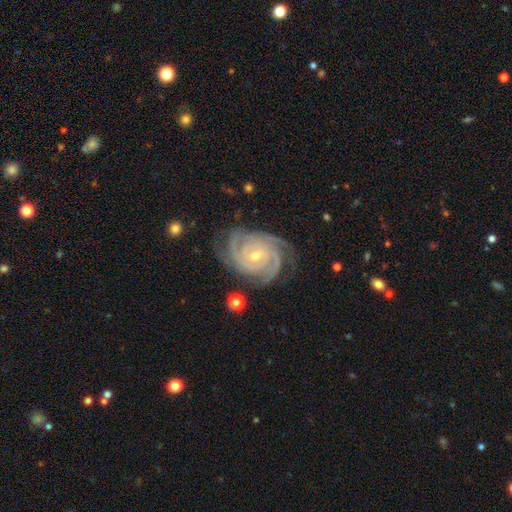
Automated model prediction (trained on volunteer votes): Smooth or featured? featured or disk (93%)
Edge-on disk? no (98%)
Bar? no (63%)
Spiral arms? yes (99%)
Spiral winding? tight (82%)
Spiral arm count? 3 (38%)
Bulge size? small (52%)
Merging? none (76%)